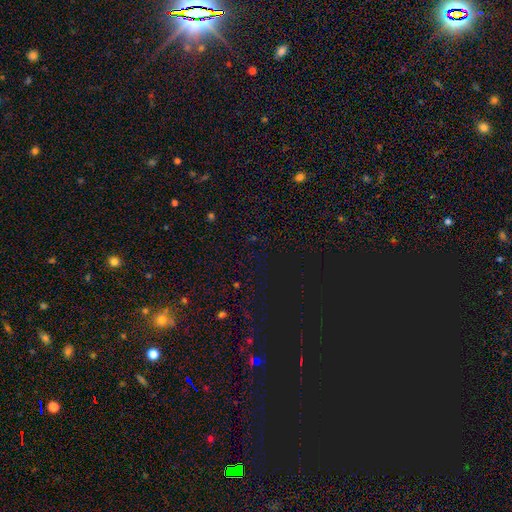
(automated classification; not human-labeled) Smooth or featured? star or artifact (71%)